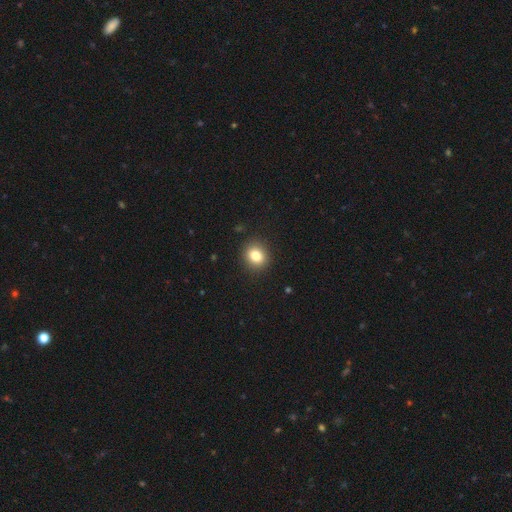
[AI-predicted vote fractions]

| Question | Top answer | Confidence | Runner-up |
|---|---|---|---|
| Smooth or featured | smooth | 82% | star or artifact (11%) |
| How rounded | round | 74% | in between (25%) |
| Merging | none | 91% | minor disturbance (6%) |